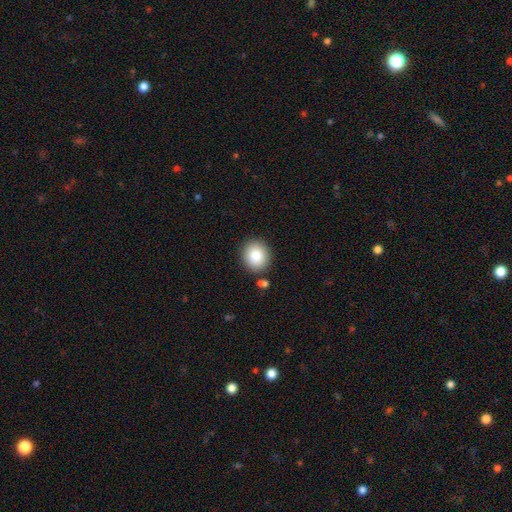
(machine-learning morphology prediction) Smooth or featured?
  - smooth: 84% *
  - star or artifact: 9%
  - featured or disk: 8%
How rounded?
  - round: 85% *
  - in between: 15%
  - cigar-shaped: 1%
Merging?
  - none: 85% *
  - minor disturbance: 8%
  - merger: 5%
  - major disturbance: 2%